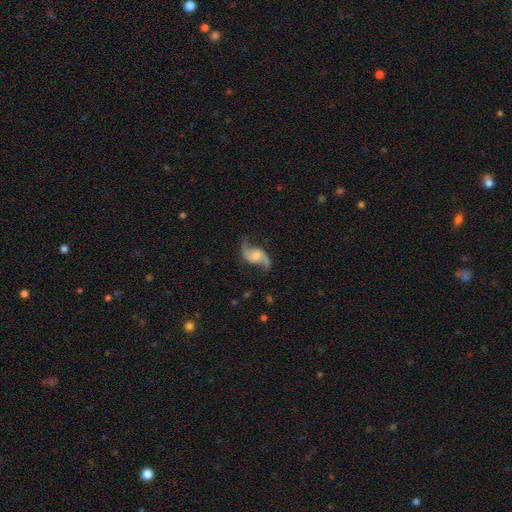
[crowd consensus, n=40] Smooth or featured?
  - featured or disk: 90% *
  - smooth: 5%
  - star or artifact: 5%
Edge-on disk?
  - no: 94% *
  - yes: 6%
Bar?
  - no: 53% *
  - weak: 35%
  - strong: 12%
Spiral arms?
  - yes: 100% *
  - no: 0%
Spiral winding?
  - loose: 76% *
  - medium: 18%
  - tight: 6%
Spiral arm count?
  - 2: 97% *
  - 1: 3%
  - 3: 0%
  - 4: 0%
  - more than 4: 0%
  - can't tell: 0%
Bulge size?
  - moderate: 41% *
  - small: 24%
  - none: 21%
  - large: 15%
  - dominant: 0%
Merging?
  - none: 82% *
  - minor disturbance: 11%
  - major disturbance: 5%
  - merger: 3%